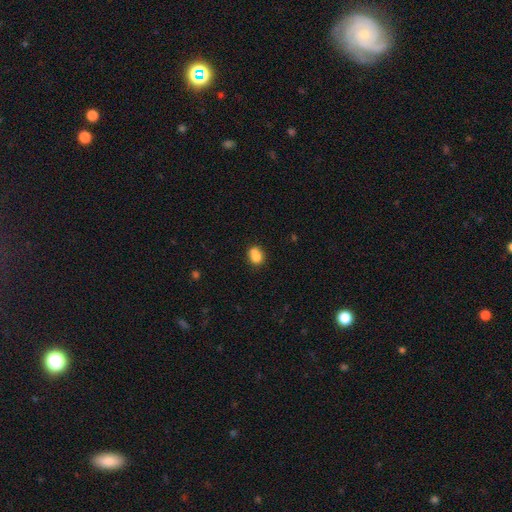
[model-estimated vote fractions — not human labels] Smooth or featured? Predicted: smooth (p=0.83). How rounded? Predicted: in between (p=0.58). Merging? Predicted: none (p=0.62).